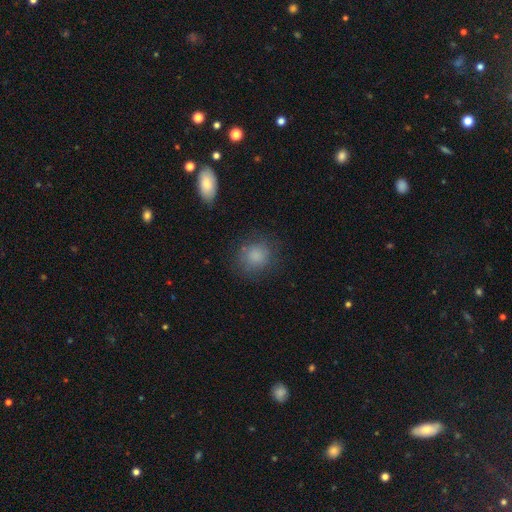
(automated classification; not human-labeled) Morphology: type=smooth (83%); roundness=round (85%); merging=none (78%).